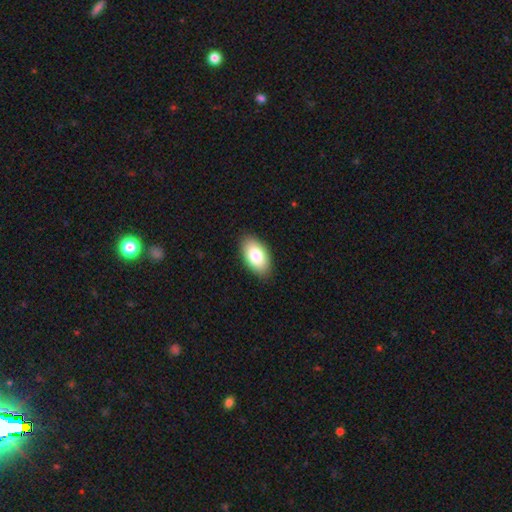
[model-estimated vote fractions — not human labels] Smooth or featured? Predicted: smooth (p=0.83). How rounded? Predicted: in between (p=0.95). Merging? Predicted: none (p=0.88).